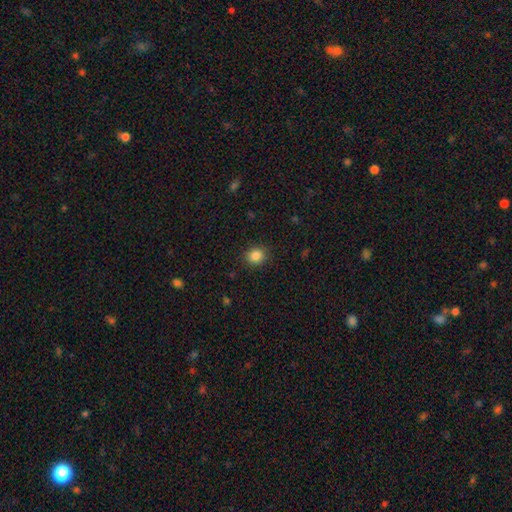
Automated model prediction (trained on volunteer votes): smooth-or-featured: smooth: 85% | star or artifact: 11% | featured or disk: 4%
  how-rounded: round: 77% | in between: 22% | cigar-shaped: 1%
  merging: none: 89% | minor disturbance: 7% | major disturbance: 3% | merger: 1%